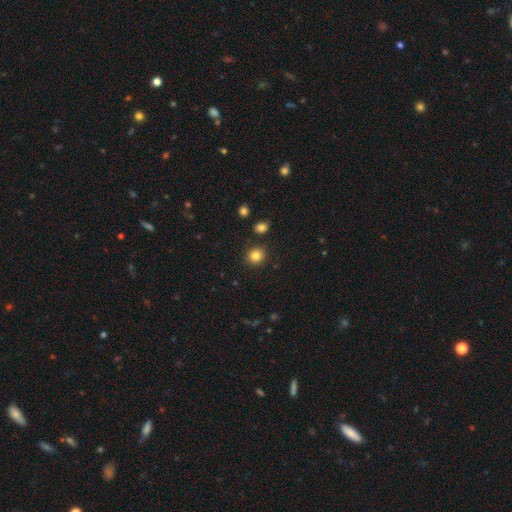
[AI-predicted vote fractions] This is clearly a smooth galaxy (83%). How rounded: clearly round (88%). Merging: clearly none (88%).